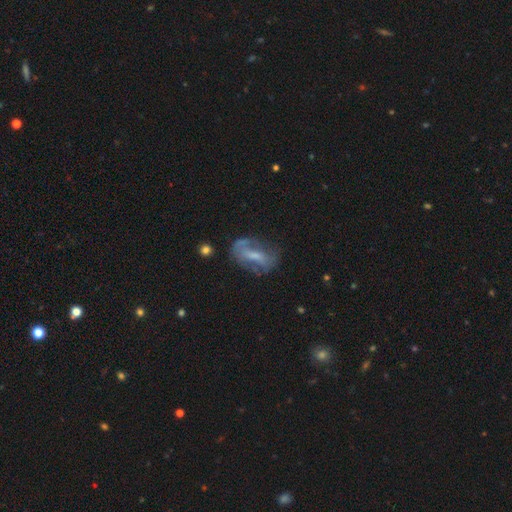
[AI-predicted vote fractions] This appears to be a featured or disk galaxy (61%) with a weak bar (40%), spiral arms (60%) and a small central bulge (39%). Merging: none (56%).